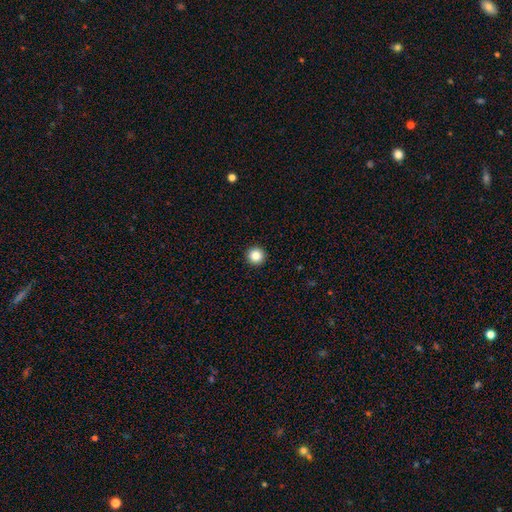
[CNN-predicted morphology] This appears to be a smooth galaxy with no disk features (85%) that is round (96%). Merging: none (94%).